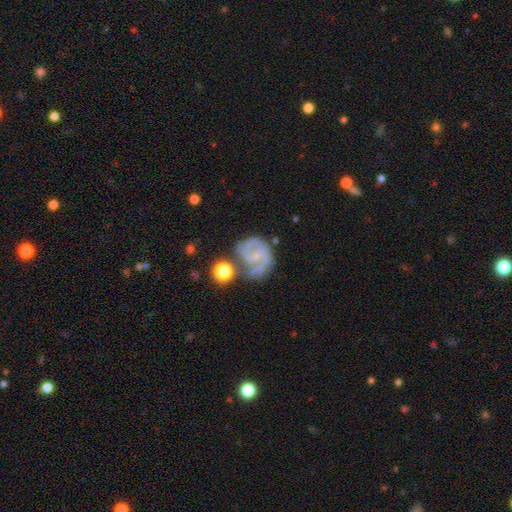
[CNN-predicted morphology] A featured or disk galaxy (81%) with no bar (52%), 2 (61%) medium (46%) spiral arms (94%) and a small central bulge (66%).

Vote fractions:
- Smooth or featured? featured or disk: 81% / smooth: 12% / star or artifact: 7%
- Edge-on disk? no: 98% / yes: 2%
- Bar? no: 52% / weak: 39% / strong: 9%
- Spiral arms? yes: 94% / no: 6%
- Spiral winding? medium: 46% / tight: 40% / loose: 14%
- Spiral arm count? 2: 61% / 1: 13% / can't tell: 12% / 3: 10% / 4: 2% / more than 4: 2%
- Bulge size? small: 66% / none: 19% / moderate: 13% / large: 1% / dominant: 1%
- Merging? none: 52% / minor disturbance: 23% / major disturbance: 17% / merger: 8%